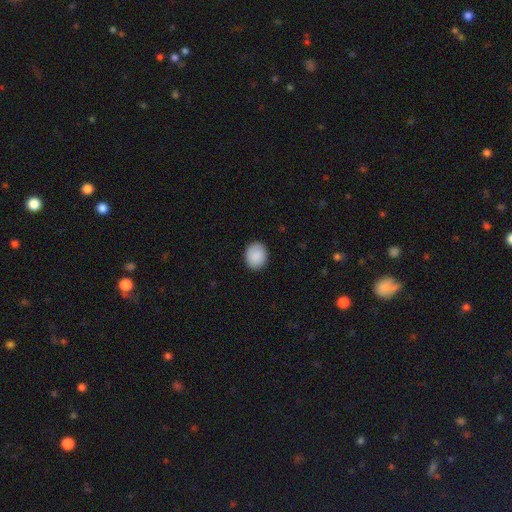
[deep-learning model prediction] smooth_or_featured: smooth (p=0.90) [alt: star or artifact p=0.07]
how_rounded: round (p=0.66) [alt: in between p=0.34]
merging: none (p=0.90) [alt: minor disturbance p=0.07]